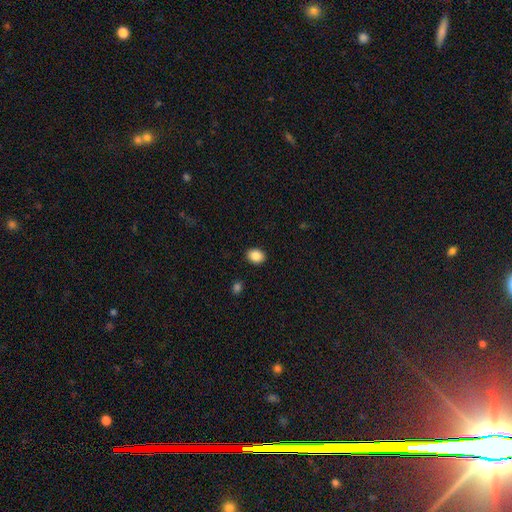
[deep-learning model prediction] A smooth galaxy with no disk features (88%) that is in between round and cigar-shaped (58%). Merging: none (90%).